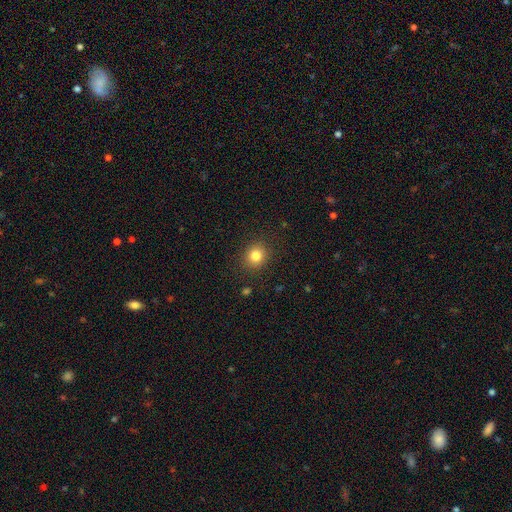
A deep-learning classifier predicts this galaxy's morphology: Overall: smooth (82%). How rounded: round (78%). Merging: none (89%).